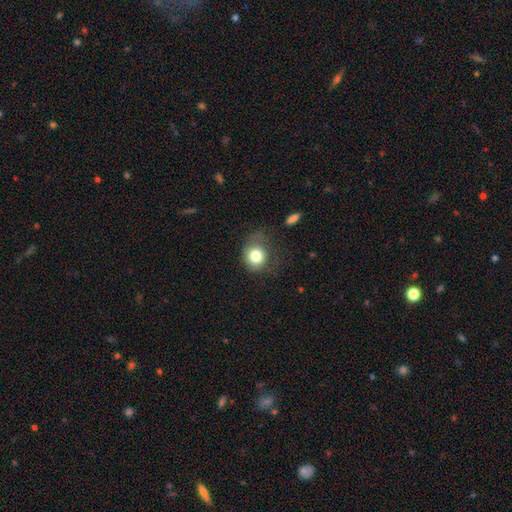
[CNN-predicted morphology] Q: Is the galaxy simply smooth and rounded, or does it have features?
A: smooth — 79%.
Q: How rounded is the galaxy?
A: round — 69%.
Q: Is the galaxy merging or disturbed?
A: none — 51%.